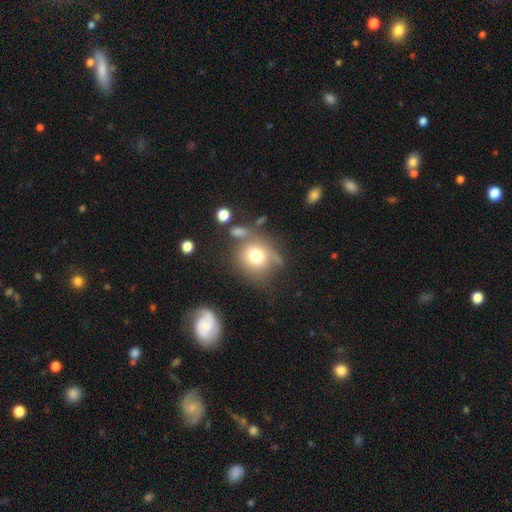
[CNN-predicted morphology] A smooth galaxy with no disk features (71%) that is round (85%).

Vote fractions:
- Smooth or featured? smooth: 71% / featured or disk: 17% / star or artifact: 12%
- How rounded? round: 85% / in between: 13% / cigar-shaped: 1%
- Merging? none: 56% / minor disturbance: 19% / merger: 14% / major disturbance: 11%